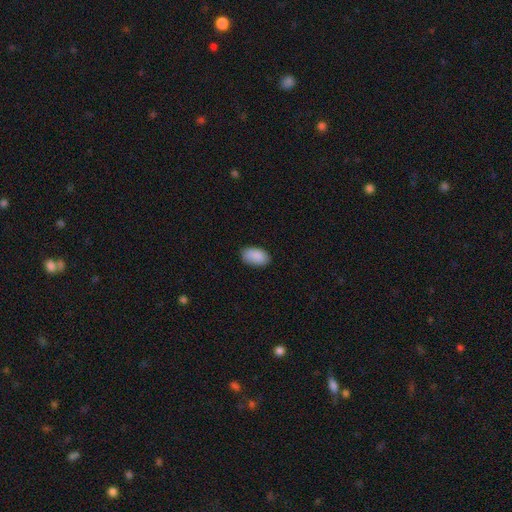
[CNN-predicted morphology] A smooth galaxy with no disk features (89%) that is in between round and cigar-shaped (93%). Merging: none (83%).